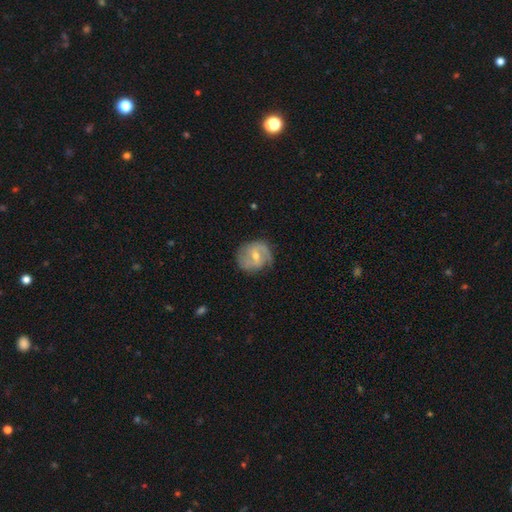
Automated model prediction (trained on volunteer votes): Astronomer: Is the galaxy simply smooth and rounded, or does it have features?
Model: featured or disk — 70%.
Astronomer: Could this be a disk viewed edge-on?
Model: no — 97%.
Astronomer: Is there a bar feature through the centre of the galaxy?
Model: weak — 57%.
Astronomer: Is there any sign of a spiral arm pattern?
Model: yes — 86%.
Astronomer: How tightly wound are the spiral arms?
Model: medium — 43% (runner-up: tight, 33%).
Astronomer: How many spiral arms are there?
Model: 2 — 67%.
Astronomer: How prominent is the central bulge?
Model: moderate — 57% (runner-up: small, 39%).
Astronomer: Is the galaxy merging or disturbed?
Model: none — 69%.